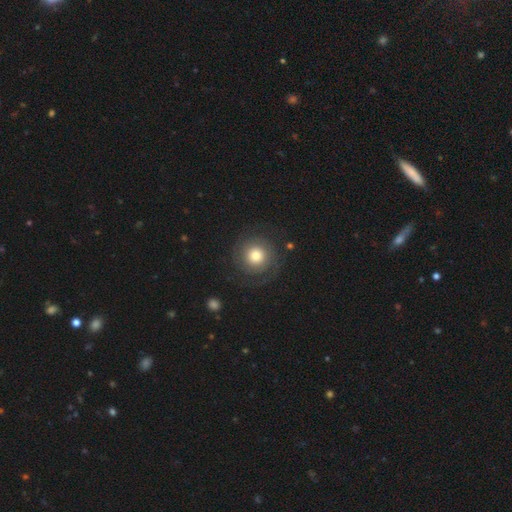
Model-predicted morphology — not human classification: Smooth or featured? Predicted: featured or disk (p=0.49). Merging? Predicted: none (p=0.79).